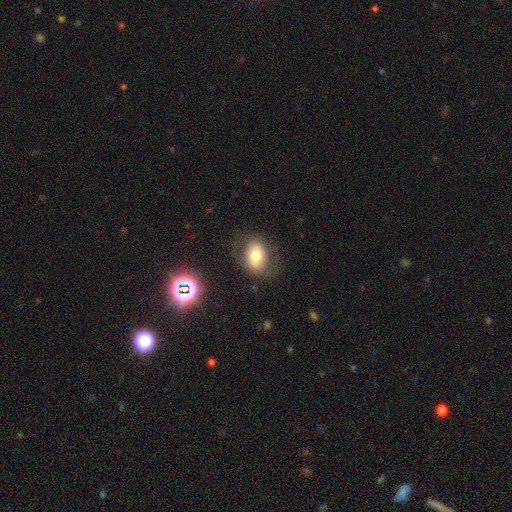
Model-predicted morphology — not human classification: Smooth or featured?
  - smooth: 68% *
  - featured or disk: 21%
  - star or artifact: 11%
How rounded?
  - in between: 76% *
  - round: 22%
  - cigar-shaped: 1%
Merging?
  - none: 73% *
  - minor disturbance: 17%
  - major disturbance: 9%
  - merger: 2%